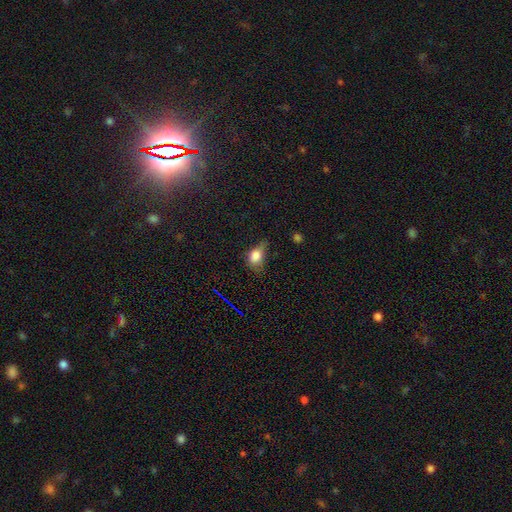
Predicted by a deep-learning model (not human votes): Smooth or featured? smooth (77%)
How rounded? in between (66%)
Merging? minor disturbance (40%)